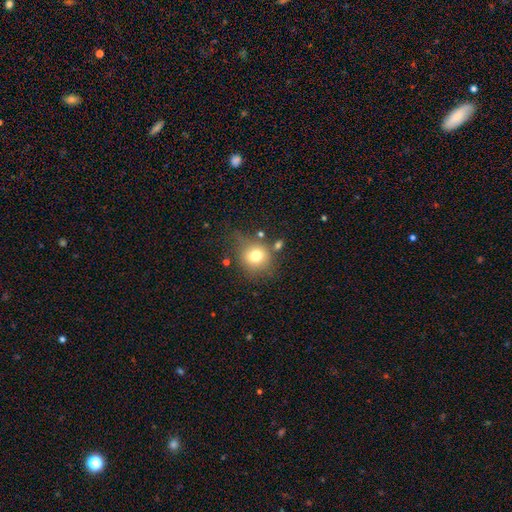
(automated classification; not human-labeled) Smooth or featured? Predicted: smooth (p=0.73). How rounded? Predicted: round (p=0.85). Merging? Predicted: none (p=0.63).